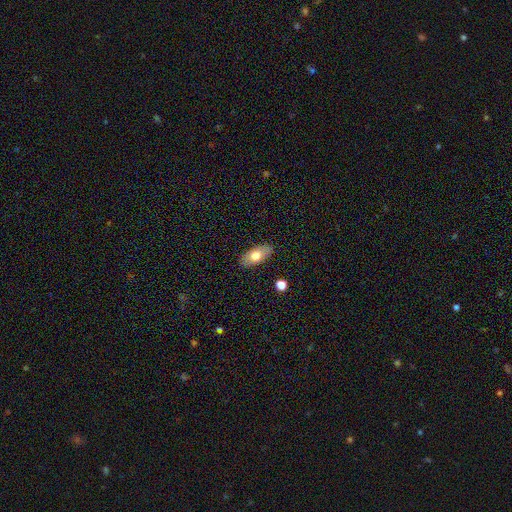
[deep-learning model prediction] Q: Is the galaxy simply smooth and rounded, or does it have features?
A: smooth — 71%.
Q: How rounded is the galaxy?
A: in between — 89%.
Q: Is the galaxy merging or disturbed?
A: none — 87%.